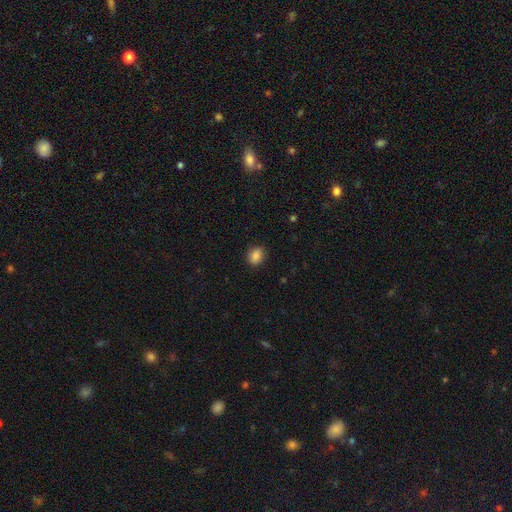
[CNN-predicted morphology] Smooth or featured? smooth (84%)
How rounded? round (56%)
Merging? none (86%)